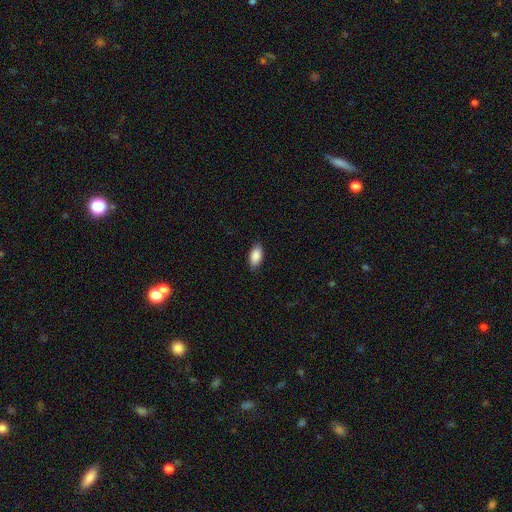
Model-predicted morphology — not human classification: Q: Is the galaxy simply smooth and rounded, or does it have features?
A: smooth — 90%.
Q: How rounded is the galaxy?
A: in between — 93%.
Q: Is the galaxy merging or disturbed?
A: none — 85%.